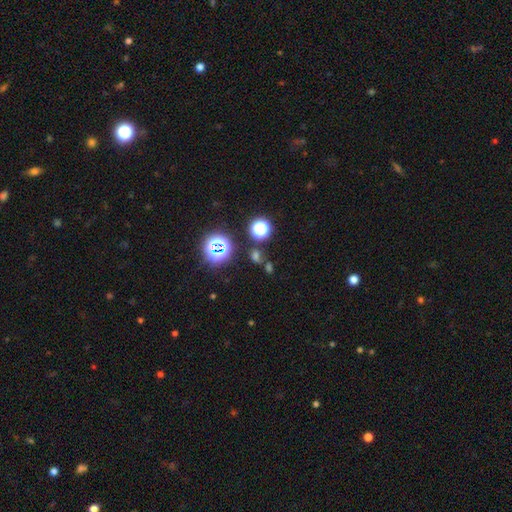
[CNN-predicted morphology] Smooth or featured: smooth — 48% (star or artifact — 42%)
Merging: none — 63% (merger — 20%)